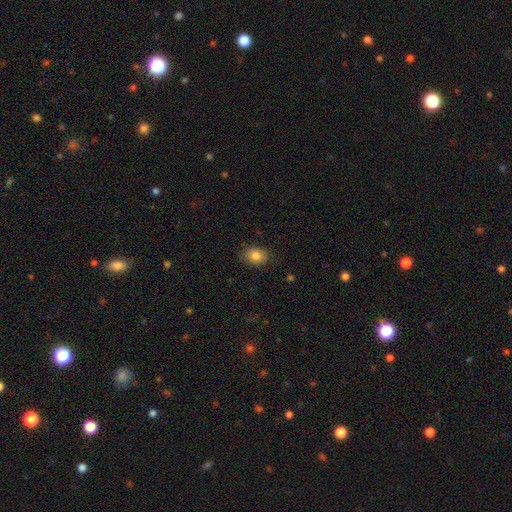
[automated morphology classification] A smooth galaxy with no disk features (83%) that is in between round and cigar-shaped (69%).

Vote fractions:
- Smooth or featured? smooth: 83% / star or artifact: 9% / featured or disk: 8%
- How rounded? in between: 69% / round: 30% / cigar-shaped: 1%
- Merging? none: 85% / minor disturbance: 12% / major disturbance: 3% / merger: 1%